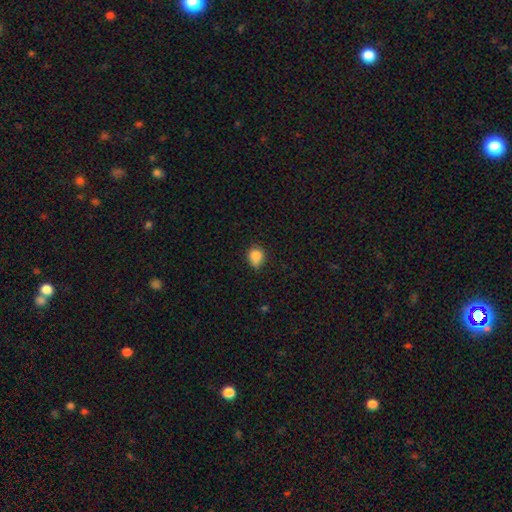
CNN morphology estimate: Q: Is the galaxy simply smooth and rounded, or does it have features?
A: smooth — 84%.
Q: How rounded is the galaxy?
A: round — 58%.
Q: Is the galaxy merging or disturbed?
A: none — 55%.